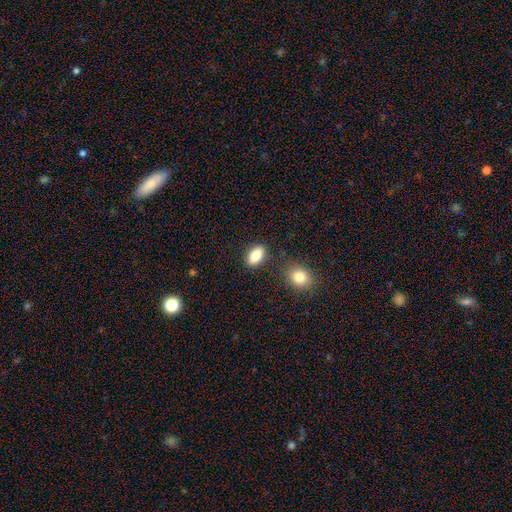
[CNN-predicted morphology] Smooth or featured?
  - smooth: 82% *
  - featured or disk: 10%
  - star or artifact: 8%
How rounded?
  - in between: 88% *
  - round: 7%
  - cigar-shaped: 4%
Merging?
  - none: 83% *
  - minor disturbance: 9%
  - merger: 5%
  - major disturbance: 3%